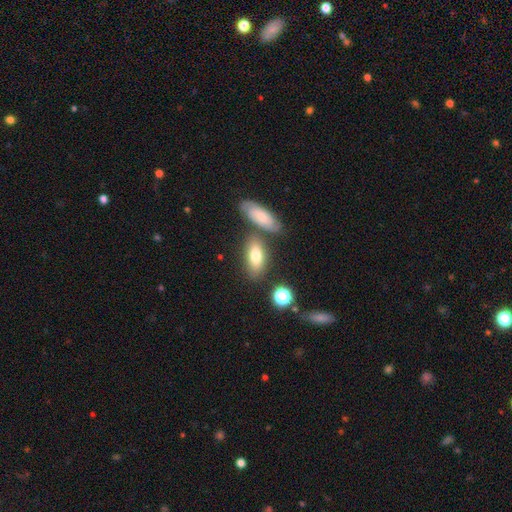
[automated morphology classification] The model was most divided on "smooth or featured": smooth: 71%, featured or disk: 21%, star or artifact: 8%. More confident: how rounded — in between (79%); merging — none (67%).